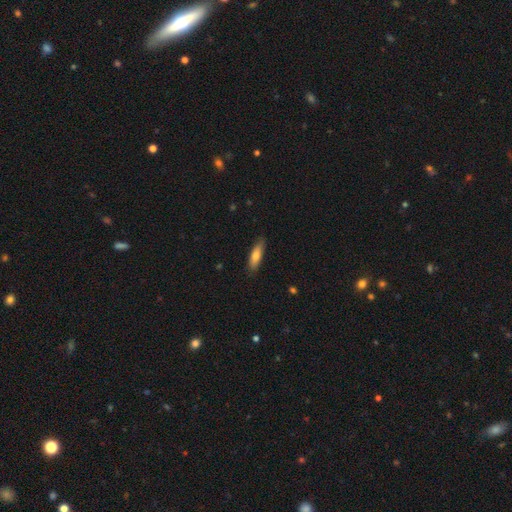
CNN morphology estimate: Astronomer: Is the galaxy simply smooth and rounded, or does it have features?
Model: smooth — 73%.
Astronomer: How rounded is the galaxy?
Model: cigar-shaped — 65%.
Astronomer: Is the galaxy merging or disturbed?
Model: none — 85%.